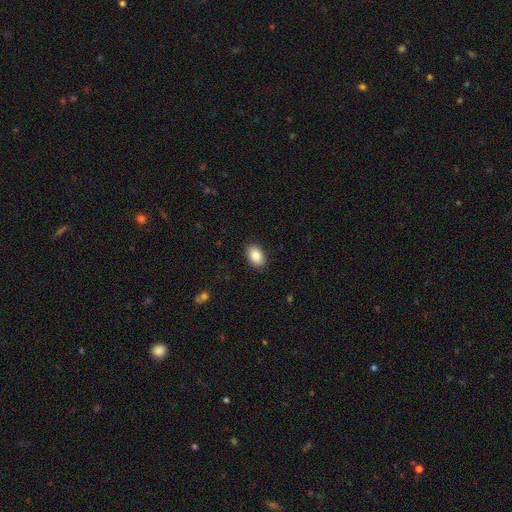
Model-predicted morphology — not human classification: Smooth or featured? Predicted: smooth (p=0.86). How rounded? Predicted: in between (p=0.89). Merging? Predicted: none (p=0.90).